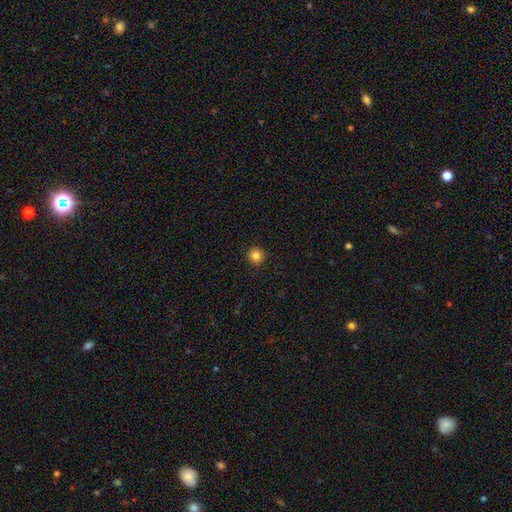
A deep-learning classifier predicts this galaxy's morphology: smooth-or-featured: smooth: 83% | star or artifact: 12% | featured or disk: 5%
  how-rounded: round: 96% | in between: 3% | cigar-shaped: 1%
  merging: none: 93% | minor disturbance: 5% | major disturbance: 2% | merger: 1%